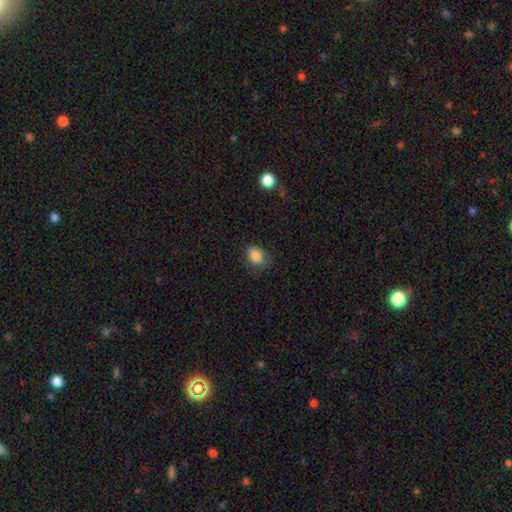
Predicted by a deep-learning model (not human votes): The model was most divided on "how rounded": in between: 62%, round: 37%, cigar-shaped: 1%. More confident: smooth or featured — smooth (84%); merging — none (62%).